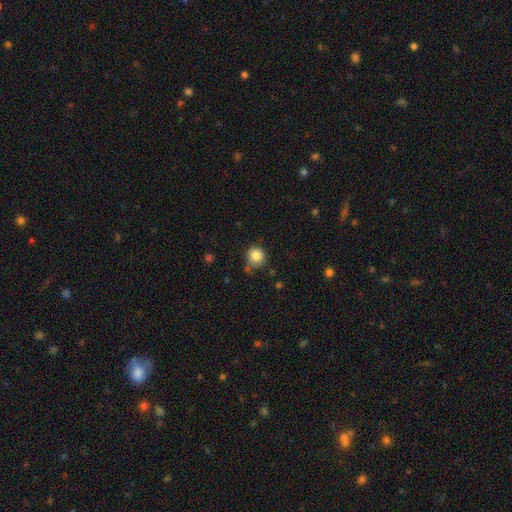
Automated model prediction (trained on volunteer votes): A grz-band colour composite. It shows a smooth galaxy with no disk features (84%) that is round (90%). Merging: none (73%).